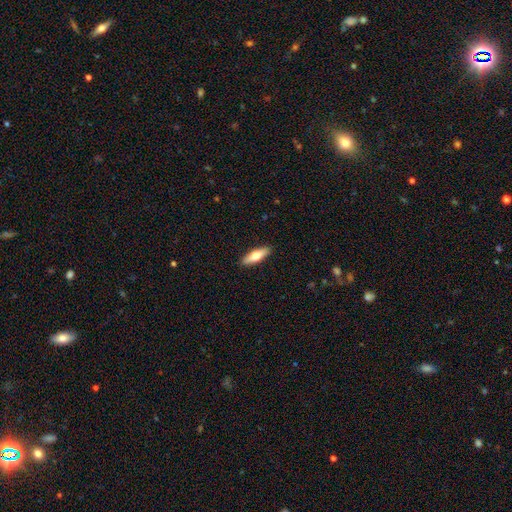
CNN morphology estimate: Smooth or featured? smooth (63%)
How rounded? cigar-shaped (54%)
Merging? none (90%)